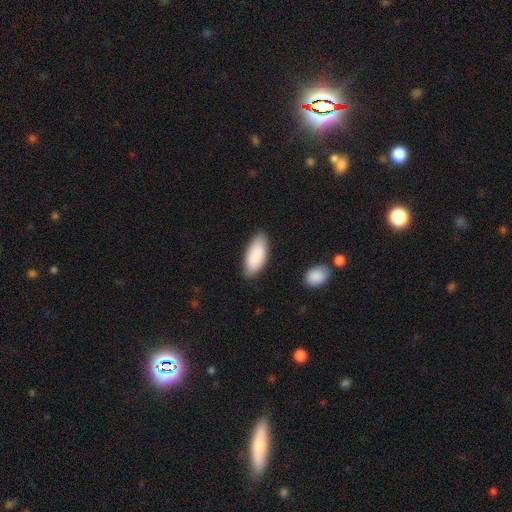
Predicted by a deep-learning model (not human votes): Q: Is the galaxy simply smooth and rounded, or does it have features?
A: smooth — 88%.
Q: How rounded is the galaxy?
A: in between — 86%.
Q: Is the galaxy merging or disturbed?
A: none — 80%.